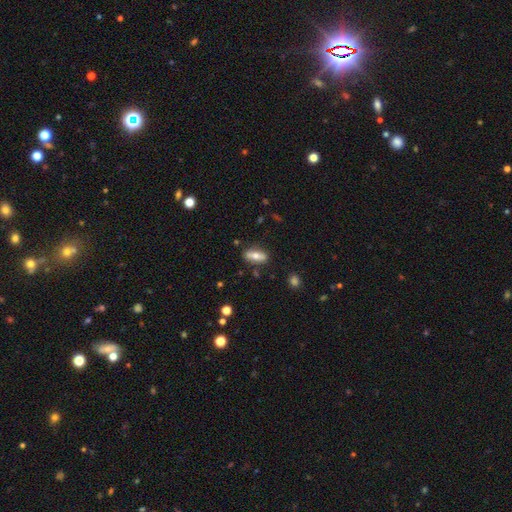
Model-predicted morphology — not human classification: Smooth or featured?
  - smooth: 56% *
  - featured or disk: 37%
  - star or artifact: 7%
How rounded?
  - in between: 68% *
  - cigar-shaped: 27%
  - round: 5%
Merging?
  - none: 80% *
  - minor disturbance: 13%
  - merger: 4%
  - major disturbance: 3%